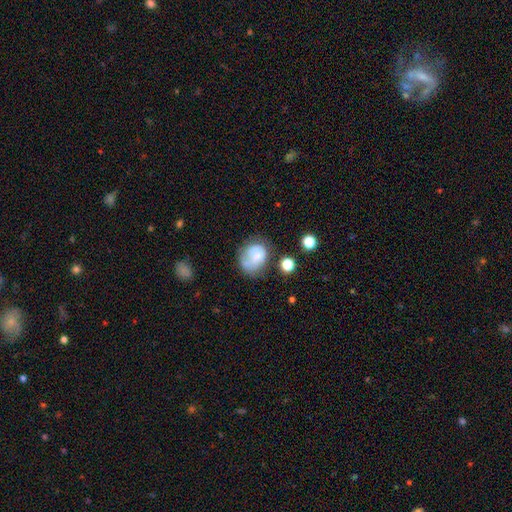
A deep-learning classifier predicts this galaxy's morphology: type=smooth (51%); roundness=round (50%); merging=none (42%).